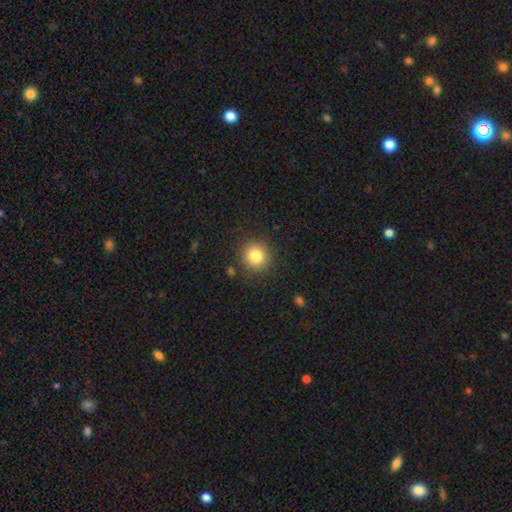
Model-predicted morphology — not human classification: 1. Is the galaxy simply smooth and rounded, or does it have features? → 82% smooth, 11% star or artifact, 7% featured or disk.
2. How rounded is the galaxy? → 91% round, 8% in between, 1% cigar-shaped.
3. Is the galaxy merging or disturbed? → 88% none, 8% minor disturbance, 3% major disturbance, 2% merger.